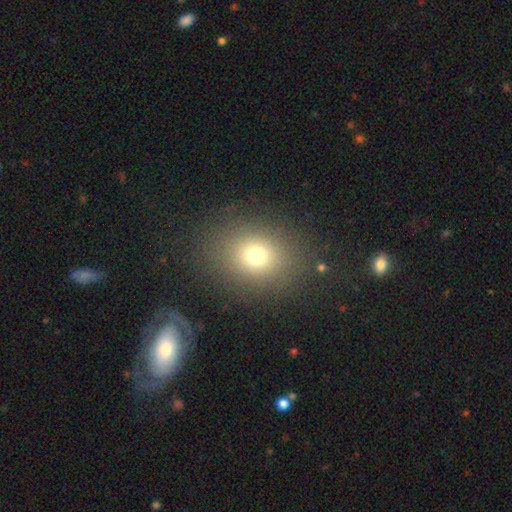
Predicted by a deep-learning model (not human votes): This appears to be a smooth galaxy with no disk features (72%) that is round (57%). Merging: none (85%).